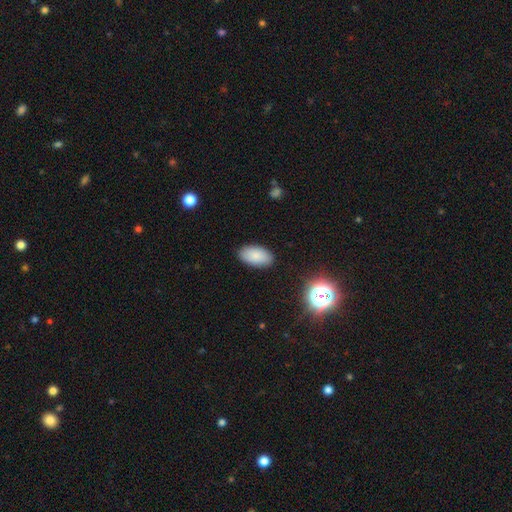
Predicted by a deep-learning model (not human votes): smooth_or_featured: smooth (p=0.85) [alt: star or artifact p=0.08]
how_rounded: in between (p=0.95) [alt: round p=0.03]
merging: none (p=0.88) [alt: minor disturbance p=0.09]